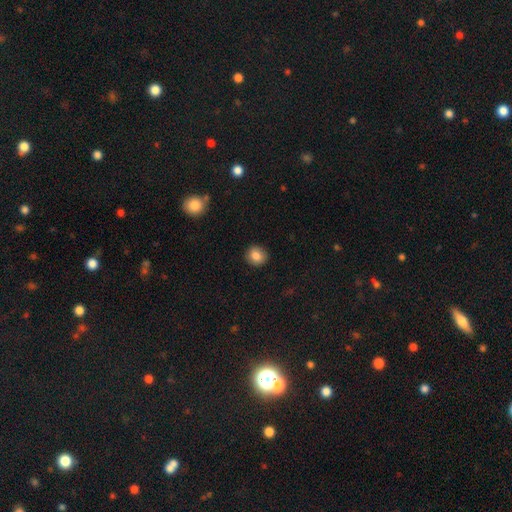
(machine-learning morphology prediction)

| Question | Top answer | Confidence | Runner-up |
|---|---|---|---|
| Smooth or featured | smooth | 84% | star or artifact (9%) |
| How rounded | round | 84% | in between (15%) |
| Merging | none | 90% | minor disturbance (7%) |